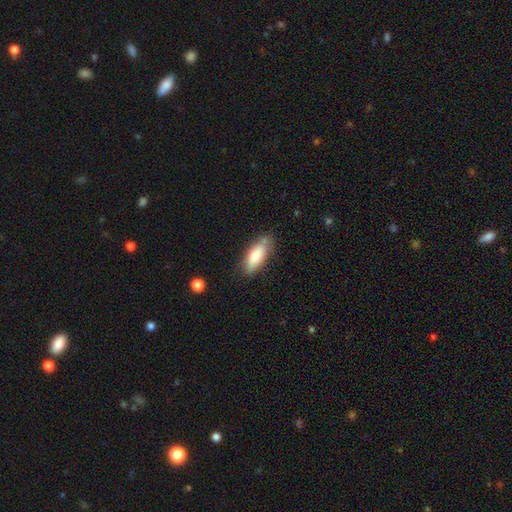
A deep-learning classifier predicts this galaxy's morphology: The model was most divided on "merging": none: 71%, minor disturbance: 21%, major disturbance: 4%, merger: 4%. More confident: smooth or featured — smooth (80%); how rounded — in between (76%).